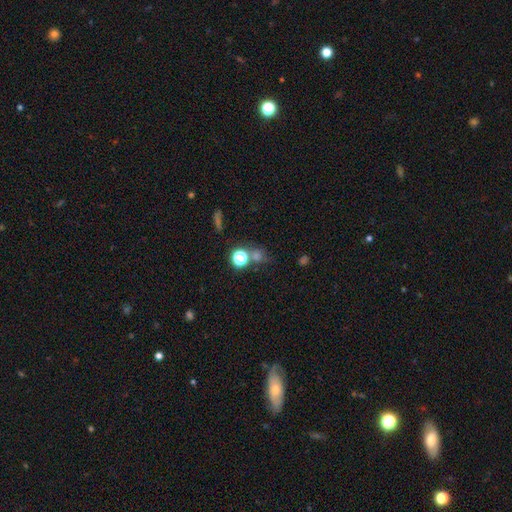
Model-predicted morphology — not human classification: A smooth galaxy with no disk features (49%). Merging: none (63%).